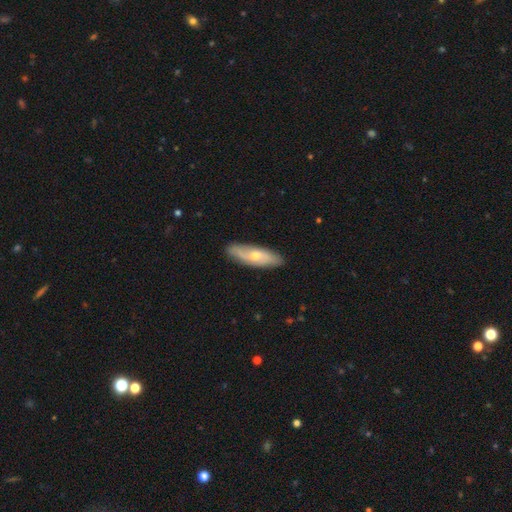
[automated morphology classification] Smooth or featured: featured or disk — 50% (smooth — 44%)
Merging: none — 86% (minor disturbance — 11%)